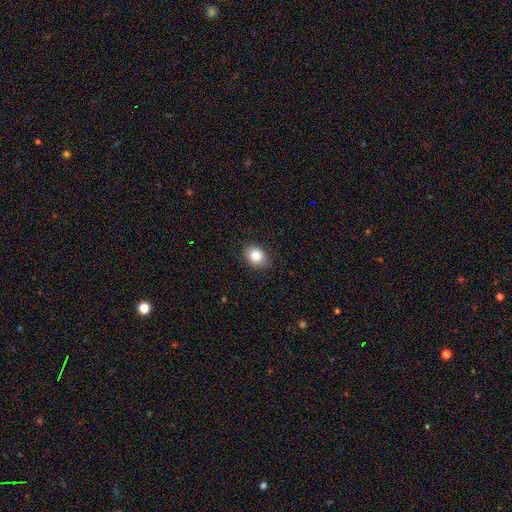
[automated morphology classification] Smooth or featured? Predicted: smooth (p=0.83). How rounded? Predicted: in between (p=0.55). Merging? Predicted: none (p=0.85).